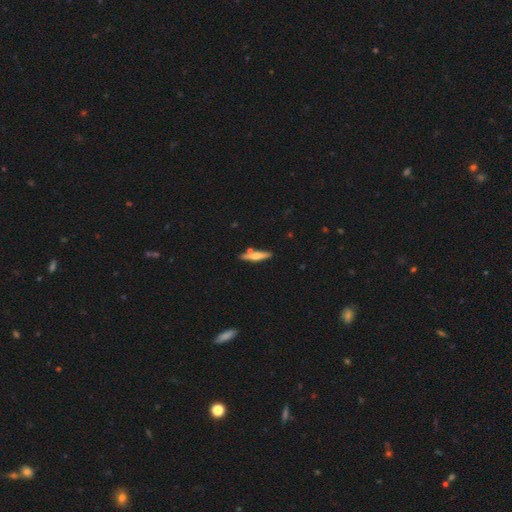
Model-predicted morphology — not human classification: smooth-or-featured: smooth: 55% | featured or disk: 39% | star or artifact: 6%
  how-rounded: cigar-shaped: 84% | in between: 14% | round: 2%
  merging: none: 76% | minor disturbance: 12% | merger: 9% | major disturbance: 2%